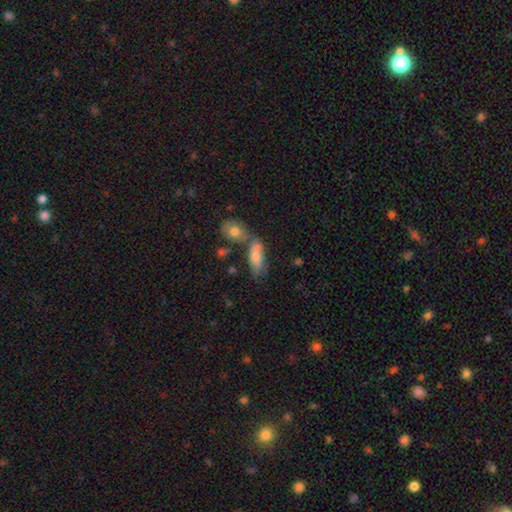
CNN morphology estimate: smooth_or_featured: smooth (p=0.74) [alt: featured or disk p=0.20]
how_rounded: in between (p=0.75) [alt: cigar-shaped p=0.22]
merging: none (p=0.41) [alt: merger p=0.34]